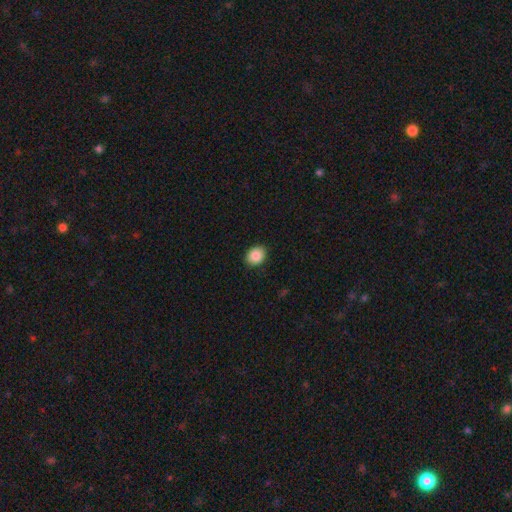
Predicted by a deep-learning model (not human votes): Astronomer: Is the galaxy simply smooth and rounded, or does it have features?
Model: smooth — 87%.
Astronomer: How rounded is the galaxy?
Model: round — 50% (runner-up: in between, 49%).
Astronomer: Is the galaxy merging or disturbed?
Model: none — 90%.